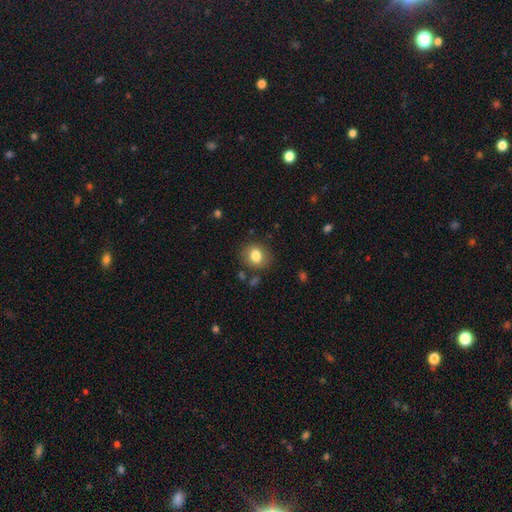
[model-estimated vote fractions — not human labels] Smooth or featured? smooth (81%)
How rounded? round (63%)
Merging? none (82%)